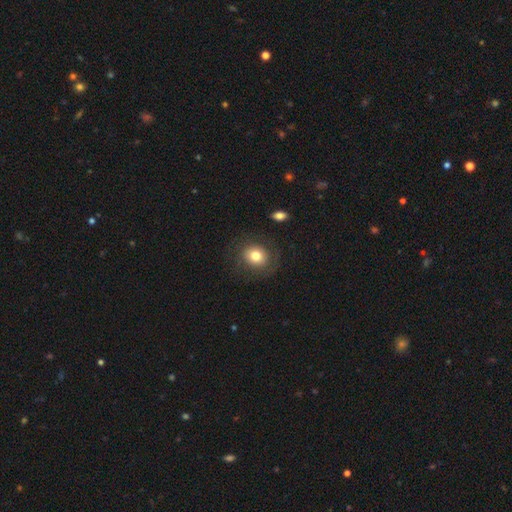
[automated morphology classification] The model was most divided on "how rounded": round: 73%, in between: 26%, cigar-shaped: 1%. More confident: merging — none (79%); smooth or featured — smooth (76%).